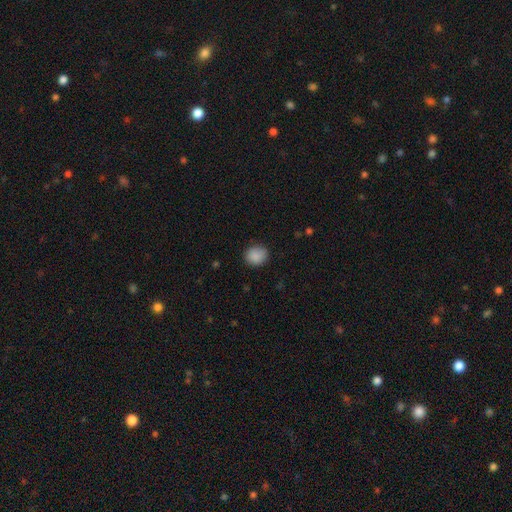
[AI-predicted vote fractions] Morphology: type=smooth (88%); roundness=round (78%); merging=none (85%).